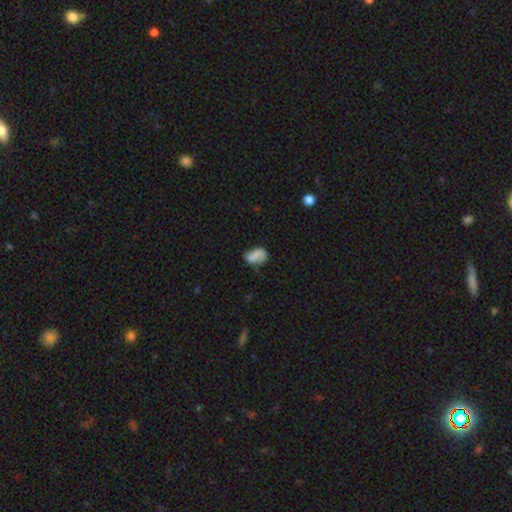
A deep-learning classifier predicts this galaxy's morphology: Smooth or featured? smooth (58%)
How rounded? in between (78%)
Merging? none (45%)